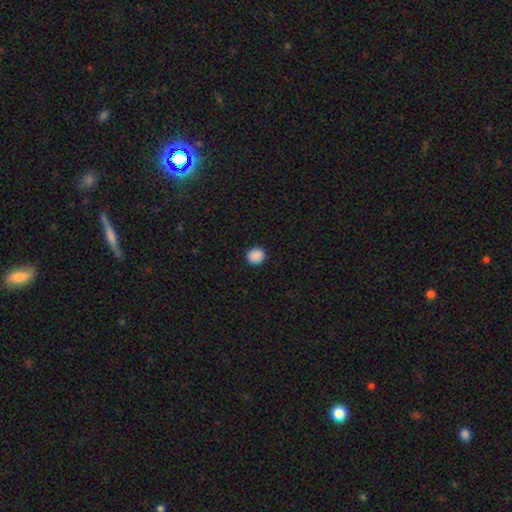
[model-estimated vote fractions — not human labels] smooth 89%, star or artifact 9%, featured or disk 2%. Down the decision tree: how rounded — round (88%); merging — none (93%).